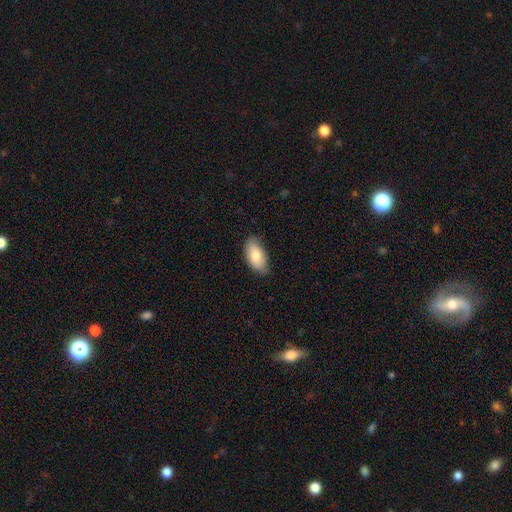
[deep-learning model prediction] Overall: smooth (81%). How rounded: in between (94%). Merging: none (80%).